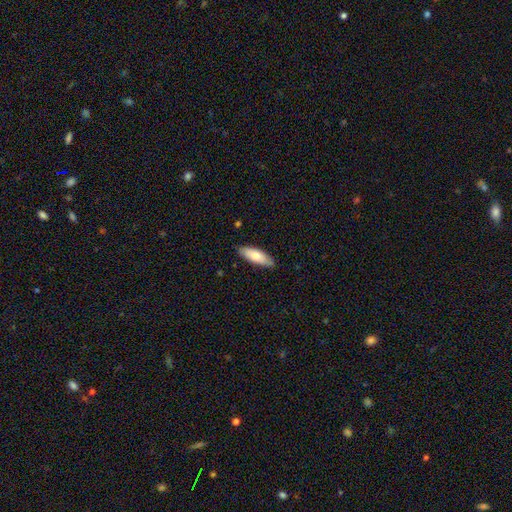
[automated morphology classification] A smooth galaxy with no disk features (70%) that is in between round and cigar-shaped (65%).

Vote fractions:
- Smooth or featured? smooth: 70% / featured or disk: 24% / star or artifact: 6%
- How rounded? in between: 65% / cigar-shaped: 33% / round: 2%
- Merging? none: 86% / minor disturbance: 11% / major disturbance: 2% / merger: 1%